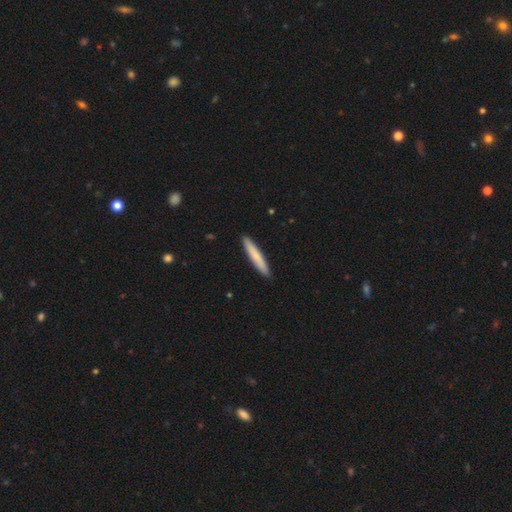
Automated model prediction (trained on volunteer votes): Smooth or featured?
  - smooth: 73% *
  - featured or disk: 22%
  - star or artifact: 5%
How rounded?
  - cigar-shaped: 94% *
  - in between: 5%
  - round: 1%
Merging?
  - none: 91% *
  - minor disturbance: 7%
  - major disturbance: 1%
  - merger: 1%